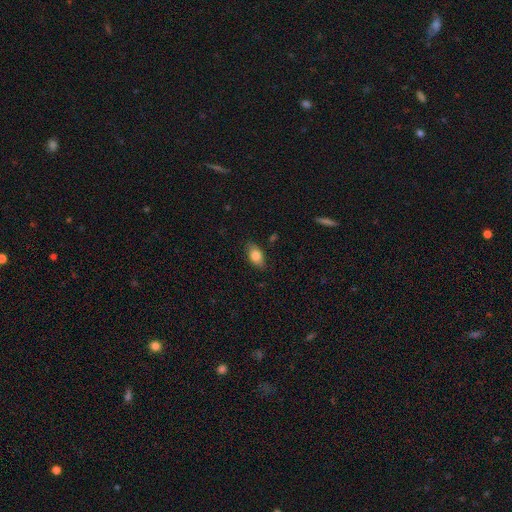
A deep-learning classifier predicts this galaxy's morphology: smooth_or_featured: smooth (p=0.81) [alt: featured or disk p=0.11]
how_rounded: in between (p=0.88) [alt: round p=0.09]
merging: none (p=0.83) [alt: minor disturbance p=0.13]